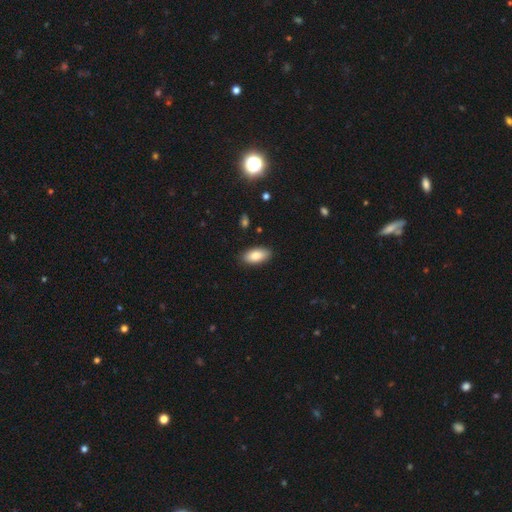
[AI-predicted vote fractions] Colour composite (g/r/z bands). It shows a smooth galaxy with no disk features (86%) that is in between round and cigar-shaped (92%). Merging: none (88%).